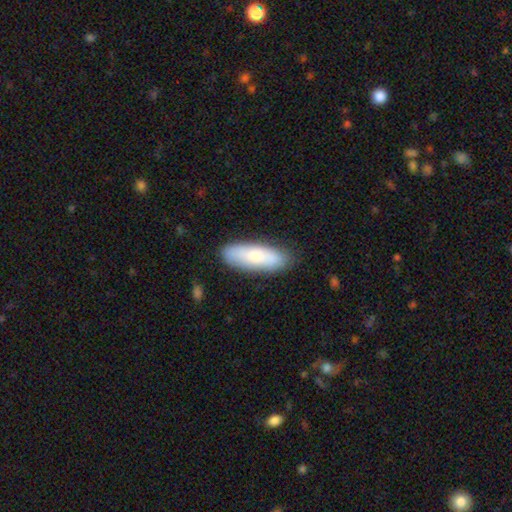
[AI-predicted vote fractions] This is likely a smooth galaxy (77%). How rounded: possibly in between (57%). Merging: clearly none (83%).